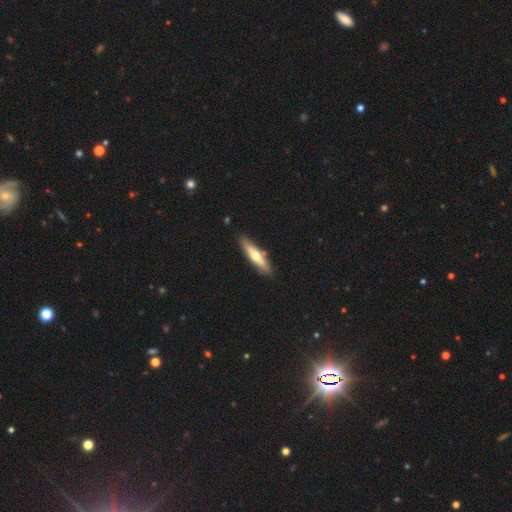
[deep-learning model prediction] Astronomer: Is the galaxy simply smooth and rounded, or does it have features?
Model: smooth — 47%, tied with featured or disk at 47%.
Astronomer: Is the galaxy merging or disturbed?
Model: none — 86%.